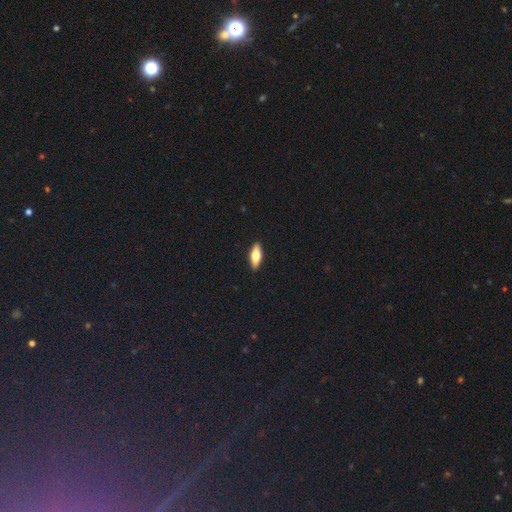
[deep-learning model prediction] smooth-or-featured: smooth: 64% | featured or disk: 30% | star or artifact: 6%
  how-rounded: in between: 64% | cigar-shaped: 33% | round: 3%
  merging: none: 91% | minor disturbance: 6% | major disturbance: 1% | merger: 1%